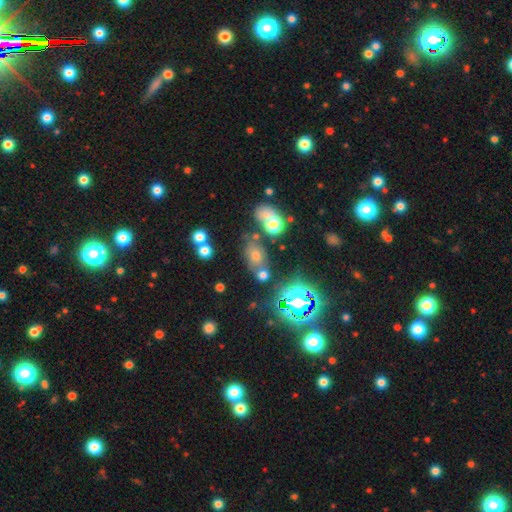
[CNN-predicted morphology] Smooth or featured? Predicted: smooth (p=0.49). Merging? Predicted: none (p=0.62).